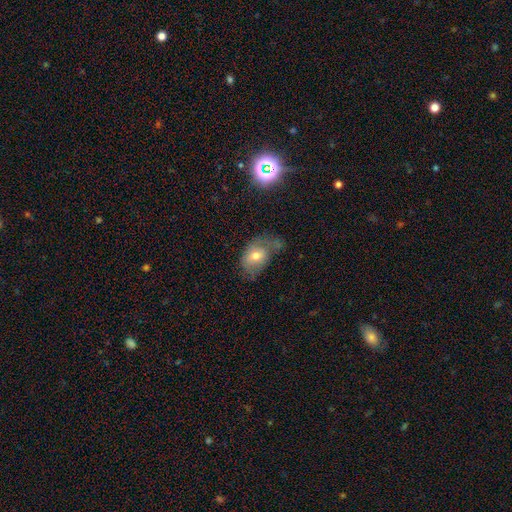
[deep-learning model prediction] smooth-or-featured: smooth: 61% | featured or disk: 30% | star or artifact: 9%
  how-rounded: in between: 81% | round: 18% | cigar-shaped: 2%
  merging: none: 33% | minor disturbance: 32% | major disturbance: 28% | merger: 6%